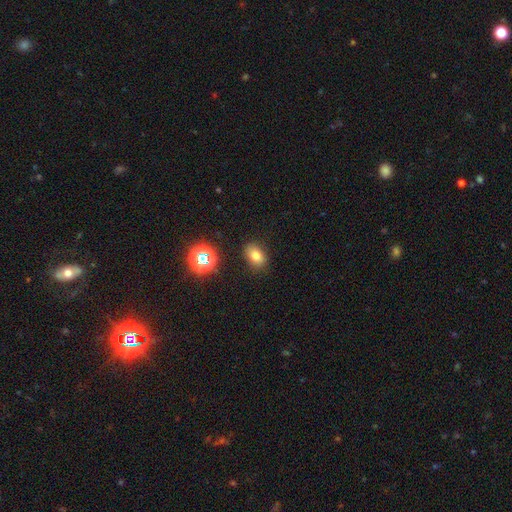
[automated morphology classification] This appears to be a smooth galaxy with no disk features (76%) that is in between round and cigar-shaped (75%). Merging: none (85%).